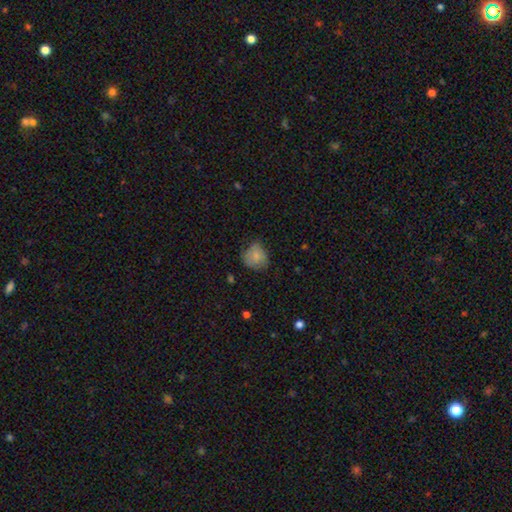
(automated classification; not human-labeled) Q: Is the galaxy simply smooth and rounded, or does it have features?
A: smooth — 80%.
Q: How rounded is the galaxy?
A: round — 77%.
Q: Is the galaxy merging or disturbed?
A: none — 59%.